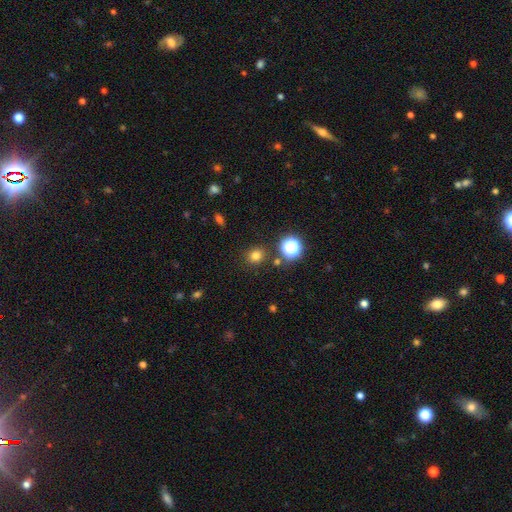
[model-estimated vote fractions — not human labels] Q: Smooth or featured?
A: smooth (76%); runner-up: star or artifact (18%)
Q: How rounded?
A: round (84%); runner-up: in between (15%)
Q: Merging?
A: none (87%); runner-up: minor disturbance (7%)